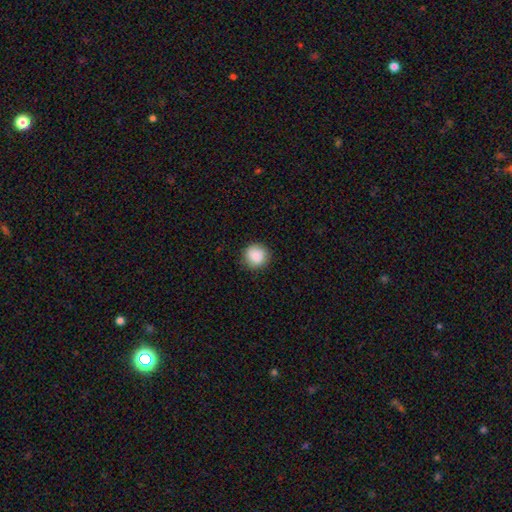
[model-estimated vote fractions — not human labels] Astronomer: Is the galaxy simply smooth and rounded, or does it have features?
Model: smooth — 89%.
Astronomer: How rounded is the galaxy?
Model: round — 93%.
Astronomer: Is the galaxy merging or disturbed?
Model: none — 88%.